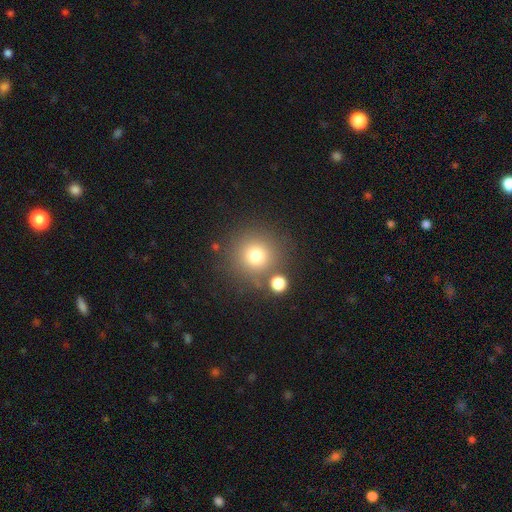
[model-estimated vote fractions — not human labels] The model was most divided on "smooth or featured": smooth: 74%, star or artifact: 15%, featured or disk: 11%. More confident: how rounded — round (93%); merging — none (78%).